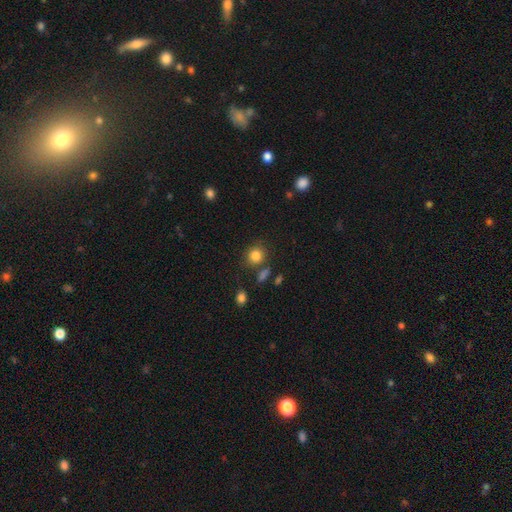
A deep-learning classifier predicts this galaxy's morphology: type=smooth (84%); roundness=round (80%); merging=none (75%).